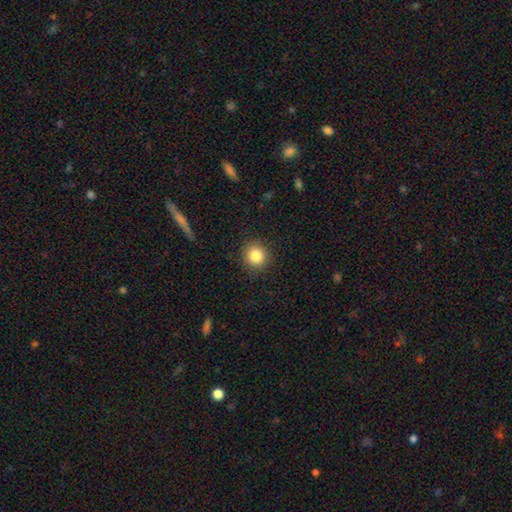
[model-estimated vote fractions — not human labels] This is clearly a smooth galaxy (84%). How rounded: clearly round (91%). Merging: clearly none (90%).